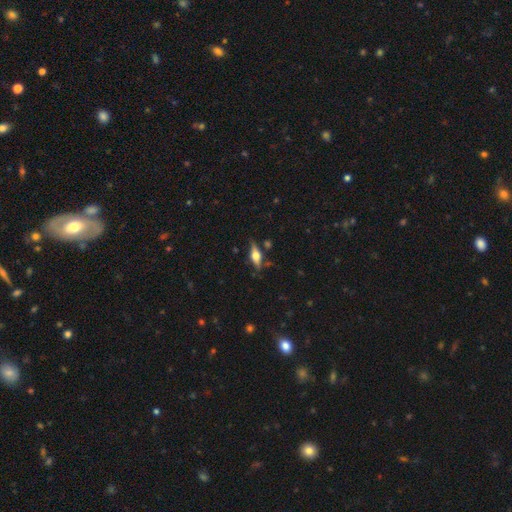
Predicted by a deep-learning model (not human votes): Overall: featured or disk (60%; smooth 33%). Edge-on disk: yes (93%). Edge-on bulge: rounded (90%). Merging: none (78%).